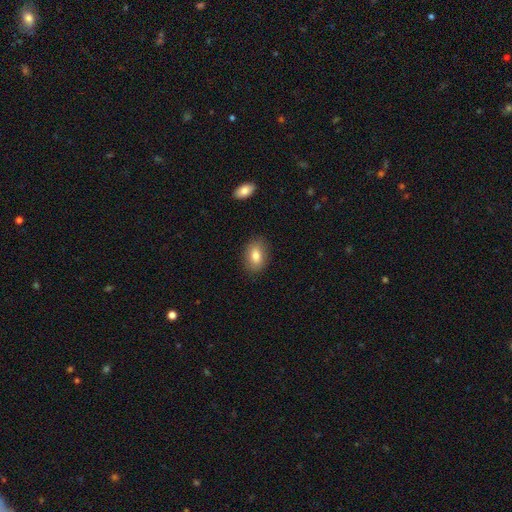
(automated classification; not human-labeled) Q: Smooth or featured?
A: smooth (81%); runner-up: featured or disk (11%)
Q: How rounded?
A: in between (82%); runner-up: round (17%)
Q: Merging?
A: none (85%); runner-up: minor disturbance (11%)